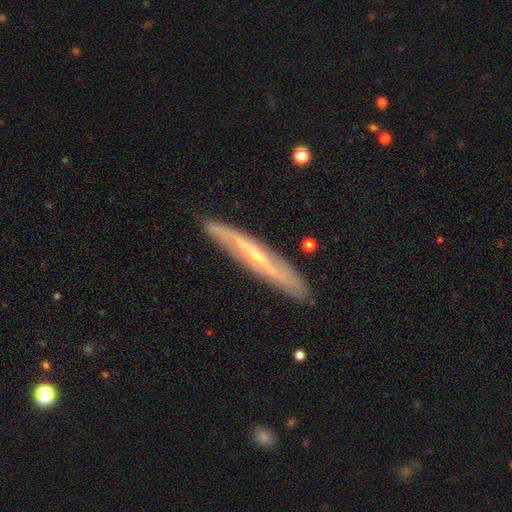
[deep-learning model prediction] The model was most divided on "edge-on disk": yes: 63%, no: 37%. More confident: merging — none (83%); smooth or featured — featured or disk (76%).